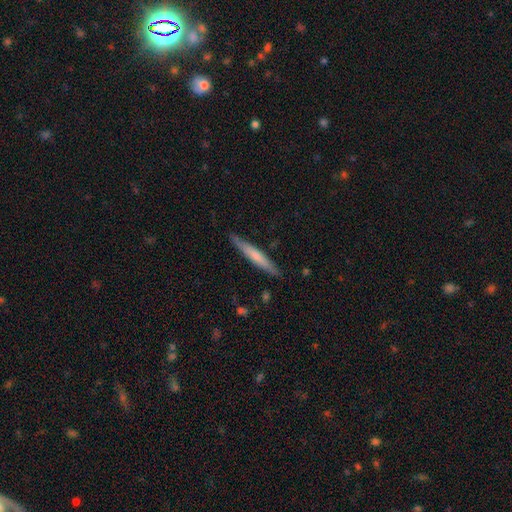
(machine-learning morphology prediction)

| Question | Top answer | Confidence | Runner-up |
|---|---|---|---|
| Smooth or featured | smooth | 58% | featured or disk (37%) |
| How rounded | cigar-shaped | 95% | in between (4%) |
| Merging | none | 86% | minor disturbance (11%) |